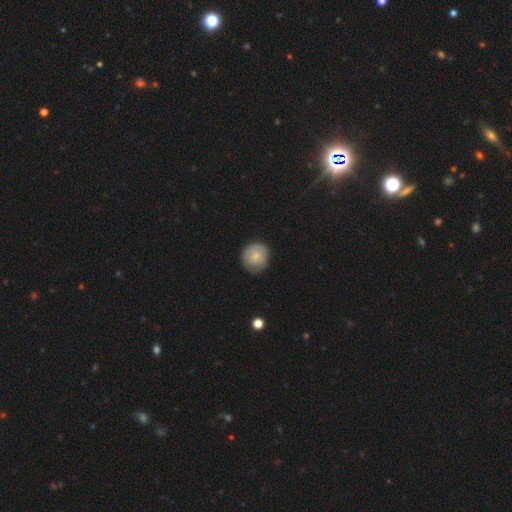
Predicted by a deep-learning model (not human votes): A smooth galaxy with no disk features (79%) that is round (91%). Merging: none (82%).